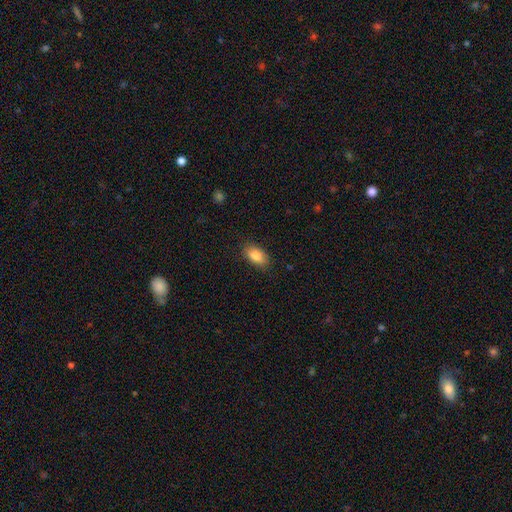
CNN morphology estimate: Smooth or featured? Predicted: smooth (p=0.86). How rounded? Predicted: in between (p=0.91). Merging? Predicted: none (p=0.84).